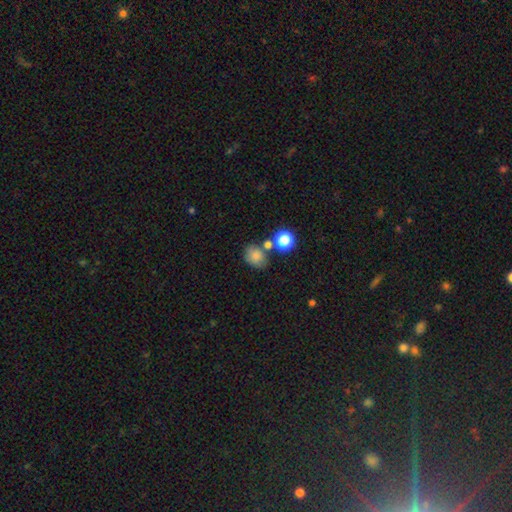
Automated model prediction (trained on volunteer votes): Smooth or featured? smooth (81%)
How rounded? round (51%)
Merging? none (62%)